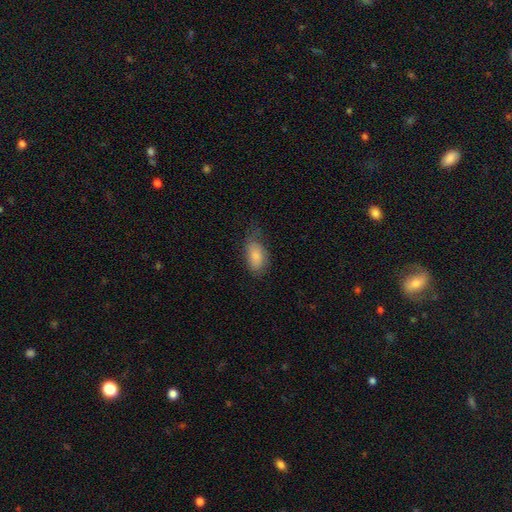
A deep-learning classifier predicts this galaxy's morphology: Smooth or featured?
  - smooth: 81% *
  - featured or disk: 12%
  - star or artifact: 7%
How rounded?
  - in between: 92% *
  - round: 4%
  - cigar-shaped: 4%
Merging?
  - none: 52% *
  - minor disturbance: 33%
  - major disturbance: 14%
  - merger: 1%